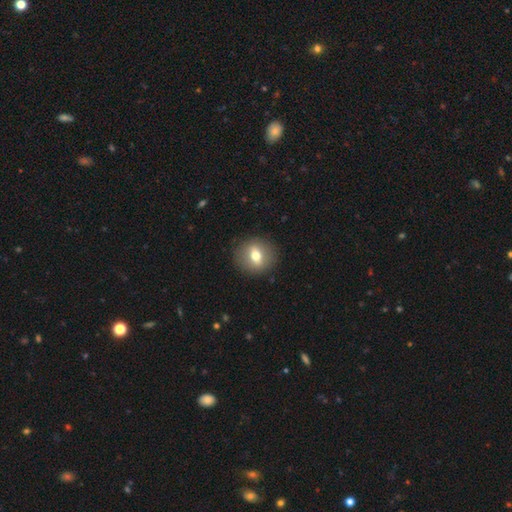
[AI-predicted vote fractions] A smooth galaxy with no disk features (60%) that is round (77%). Merging: none (89%).